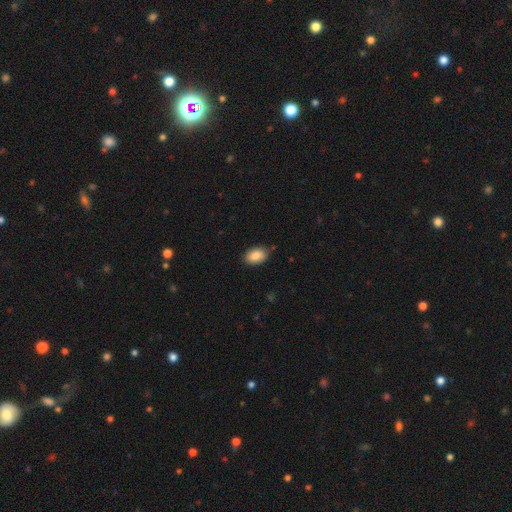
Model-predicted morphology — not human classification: Smooth or featured?
  - smooth: 86% *
  - star or artifact: 7%
  - featured or disk: 7%
How rounded?
  - in between: 89% *
  - round: 10%
  - cigar-shaped: 1%
Merging?
  - none: 86% *
  - minor disturbance: 11%
  - major disturbance: 2%
  - merger: 1%